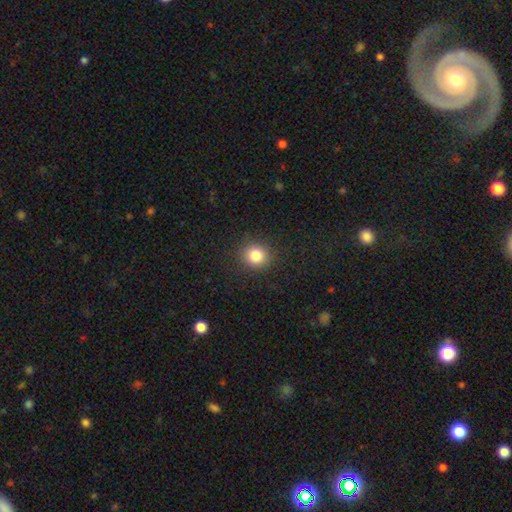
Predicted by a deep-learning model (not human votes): Smooth or featured?
  - smooth: 84% *
  - star or artifact: 11%
  - featured or disk: 5%
How rounded?
  - round: 85% *
  - in between: 14%
  - cigar-shaped: 1%
Merging?
  - none: 89% *
  - minor disturbance: 7%
  - major disturbance: 3%
  - merger: 1%